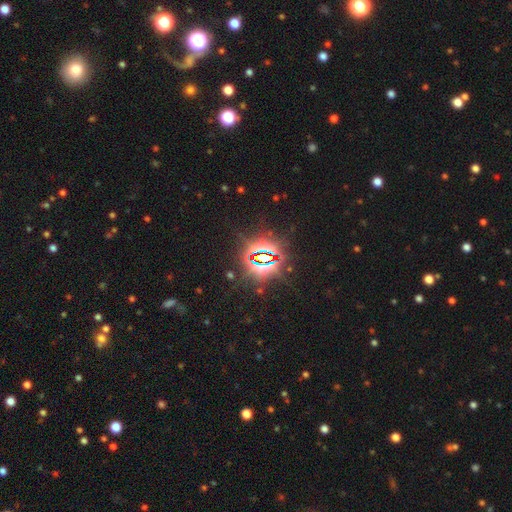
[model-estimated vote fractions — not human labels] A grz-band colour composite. It shows a star or artifact, not a galaxy (85%).